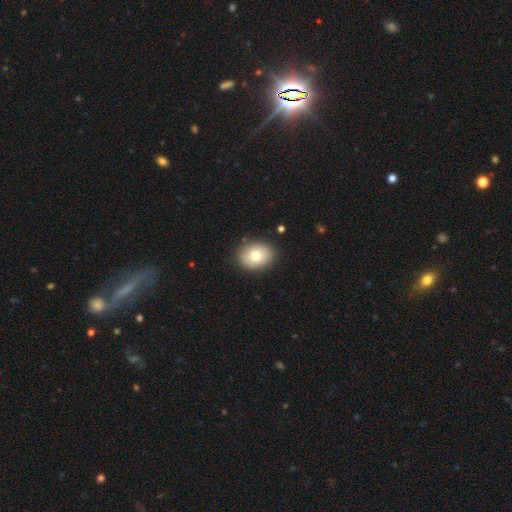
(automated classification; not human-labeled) Q: Smooth or featured?
A: smooth (79%); runner-up: featured or disk (13%)
Q: How rounded?
A: in between (61%); runner-up: round (39%)
Q: Merging?
A: none (87%); runner-up: minor disturbance (9%)